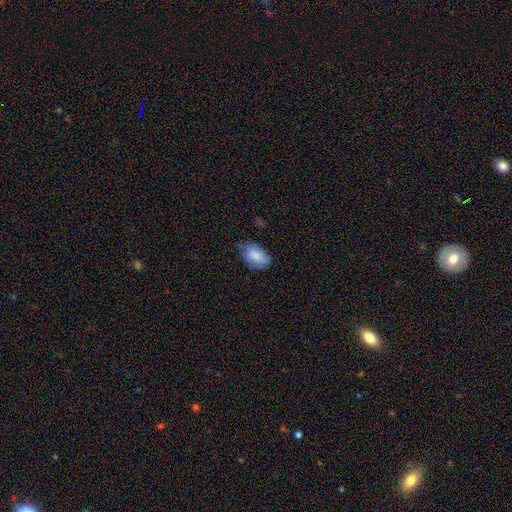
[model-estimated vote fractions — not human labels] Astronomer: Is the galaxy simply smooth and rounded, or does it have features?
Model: smooth — 80%.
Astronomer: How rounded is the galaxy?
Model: in between — 87%.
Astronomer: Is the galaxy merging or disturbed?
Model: none — 50% (runner-up: minor disturbance, 37%).